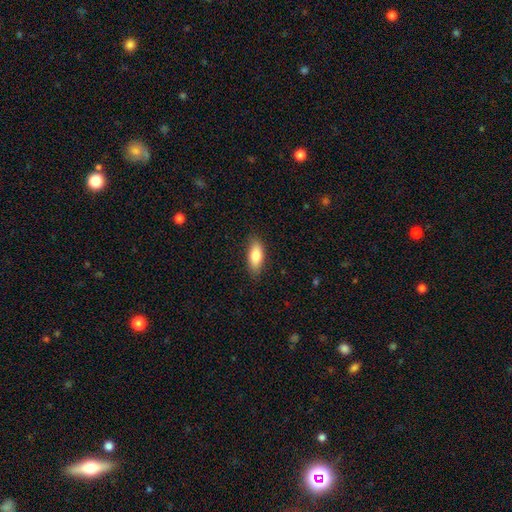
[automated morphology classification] Smooth or featured?
  - smooth: 80% *
  - featured or disk: 13%
  - star or artifact: 6%
How rounded?
  - in between: 76% *
  - cigar-shaped: 22%
  - round: 3%
Merging?
  - none: 85% *
  - minor disturbance: 12%
  - major disturbance: 2%
  - merger: 1%